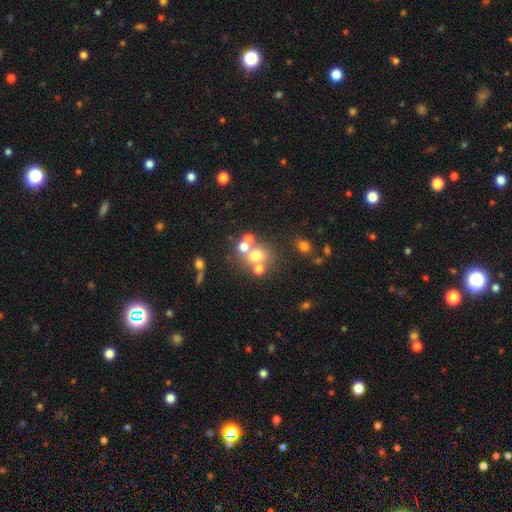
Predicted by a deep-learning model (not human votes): This is likely a smooth galaxy (60%). How rounded: likely round (78%). Merging: possibly none (50%).